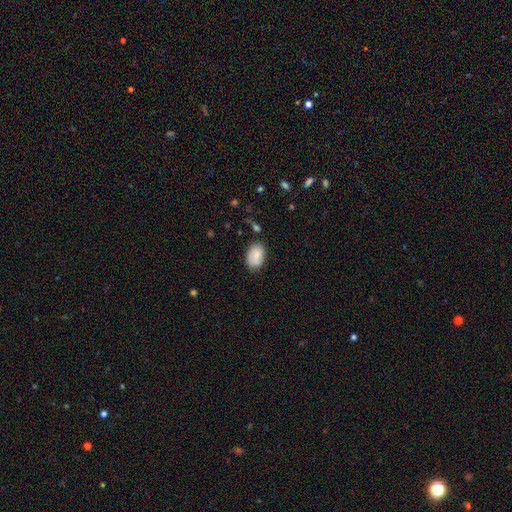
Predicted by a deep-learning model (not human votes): A smooth galaxy with no disk features (78%) that is in between round and cigar-shaped (90%). Merging: none (73%).